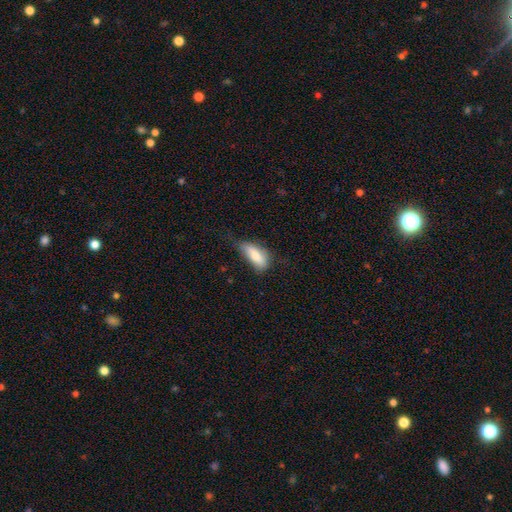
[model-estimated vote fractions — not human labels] smooth 79%, featured or disk 14%, star or artifact 7%. Down the decision tree: how rounded — in between (73%); merging — none (43%).